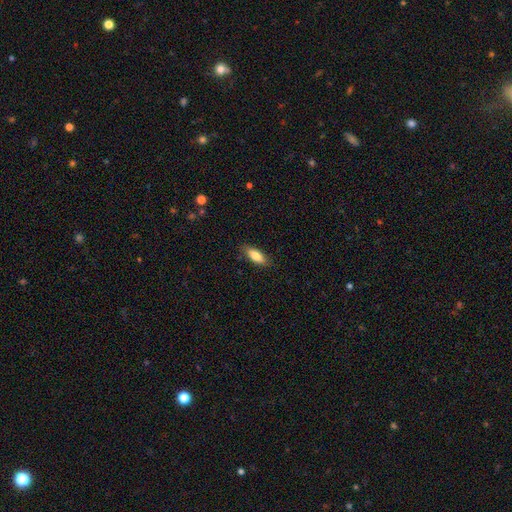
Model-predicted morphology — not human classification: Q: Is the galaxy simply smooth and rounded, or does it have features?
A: smooth — 80%.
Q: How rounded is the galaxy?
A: in between — 73%.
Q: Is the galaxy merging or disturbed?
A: none — 85%.